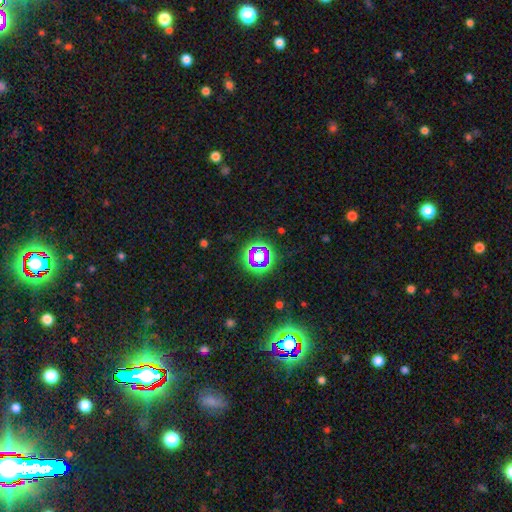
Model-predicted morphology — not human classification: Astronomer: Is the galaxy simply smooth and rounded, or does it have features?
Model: star or artifact — 68%.